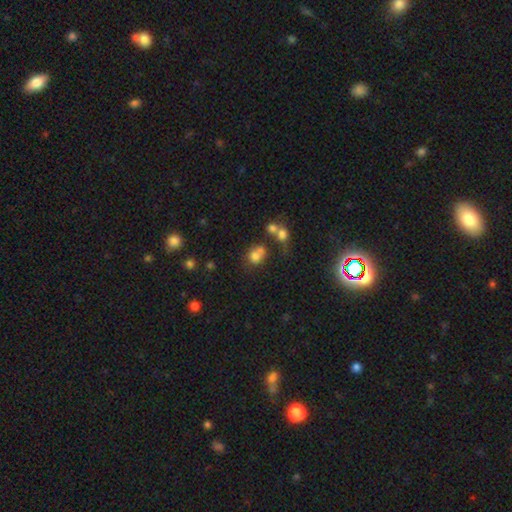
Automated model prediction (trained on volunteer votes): This is likely a smooth galaxy (72%). How rounded: likely round (64%). Merging: marginally merger (40%).